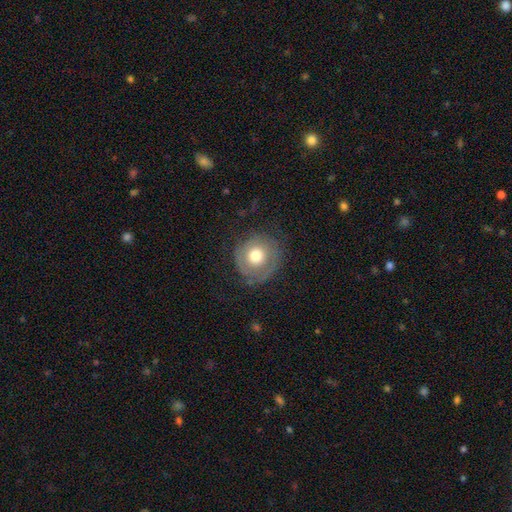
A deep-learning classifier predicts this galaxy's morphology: smooth 58%, featured or disk 34%, star or artifact 8%. Down the decision tree: how rounded — round (90%); merging — none (68%).